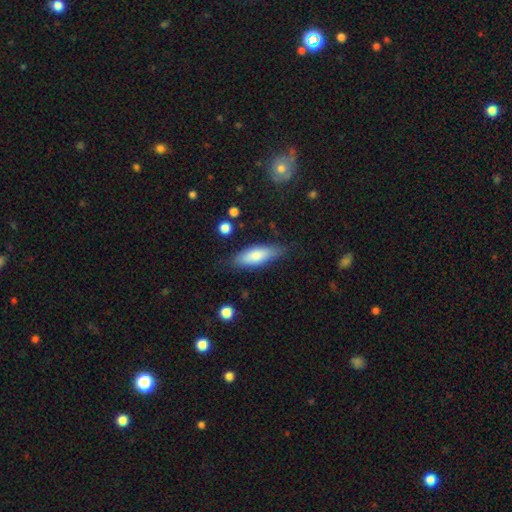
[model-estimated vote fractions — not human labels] smooth 76%, featured or disk 18%, star or artifact 6%. Down the decision tree: how rounded — in between (63%); merging — none (76%).